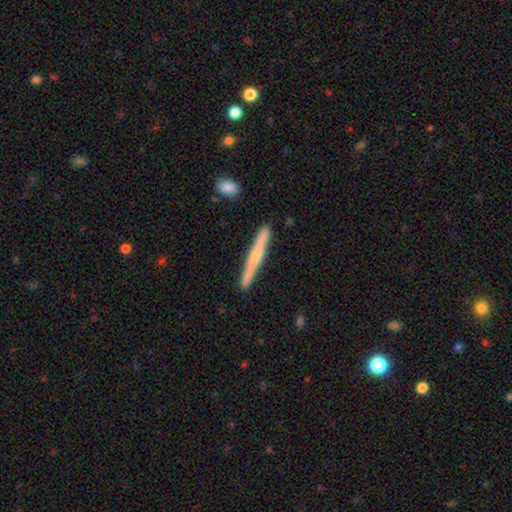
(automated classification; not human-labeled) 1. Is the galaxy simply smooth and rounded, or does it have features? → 50% smooth, 45% featured or disk, 6% star or artifact.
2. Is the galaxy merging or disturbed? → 88% none, 8% minor disturbance, 2% merger, 1% major disturbance.